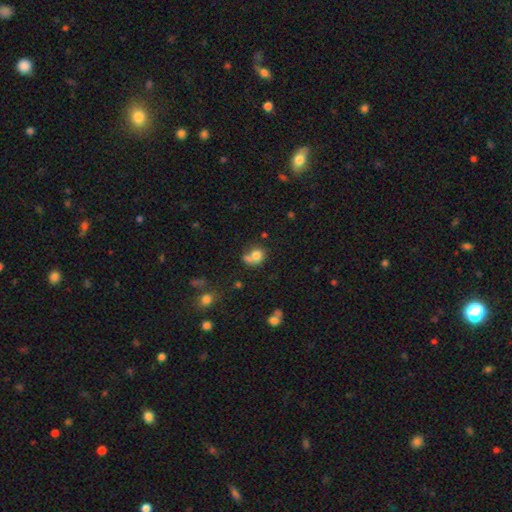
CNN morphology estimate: Smooth or featured: smooth — 77% (featured or disk — 13%)
How rounded: round — 66% (in between — 33%)
Merging: none — 39% (merger — 30%)